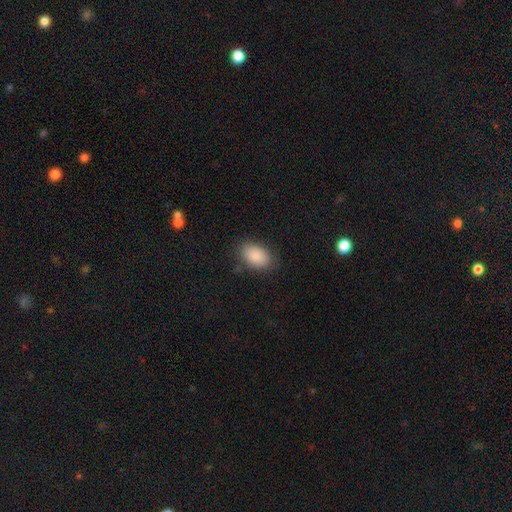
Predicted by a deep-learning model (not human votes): The model was most divided on "merging": none: 81%, minor disturbance: 14%, major disturbance: 4%, merger: 1%. More confident: how rounded — in between (89%); smooth or featured — smooth (88%).